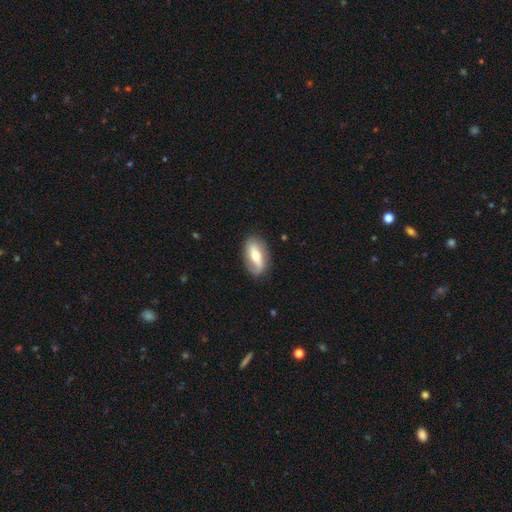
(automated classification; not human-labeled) featured or disk 60%, smooth 34%, star or artifact 6%. Down the decision tree: edge-on disk — no (87%); bar — strong (42%); spiral arms — yes (73%); bulge size — moderate (64%); merging — none (80%).